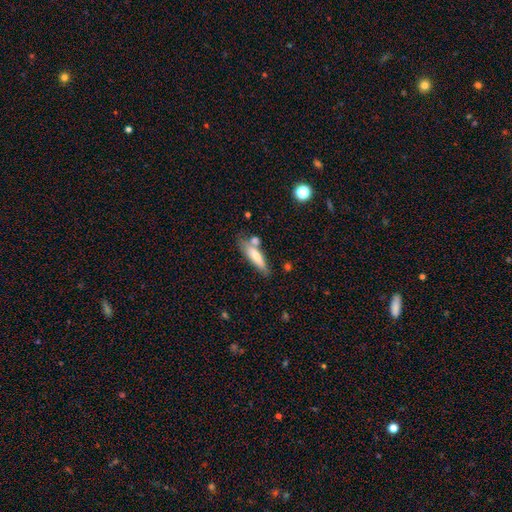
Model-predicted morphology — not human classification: Smooth or featured? Predicted: smooth (p=0.67). How rounded? Predicted: cigar-shaped (p=0.68). Merging? Predicted: none (p=0.56).